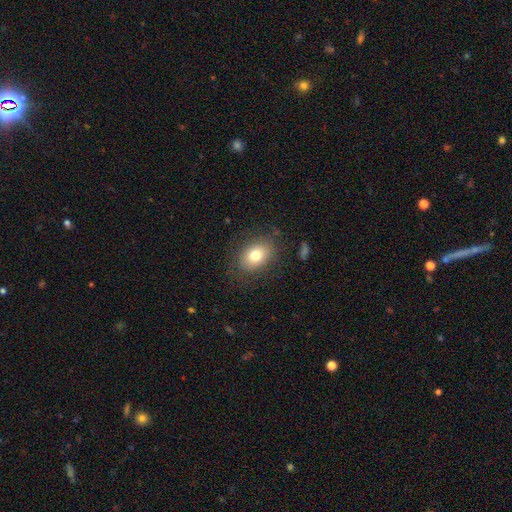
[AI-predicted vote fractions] A smooth galaxy with no disk features (76%) that is in between round and cigar-shaped (68%).

Vote fractions:
- Smooth or featured? smooth: 76% / featured or disk: 14% / star or artifact: 10%
- How rounded? in between: 68% / round: 31% / cigar-shaped: 1%
- Merging? none: 82% / minor disturbance: 12% / major disturbance: 5% / merger: 1%